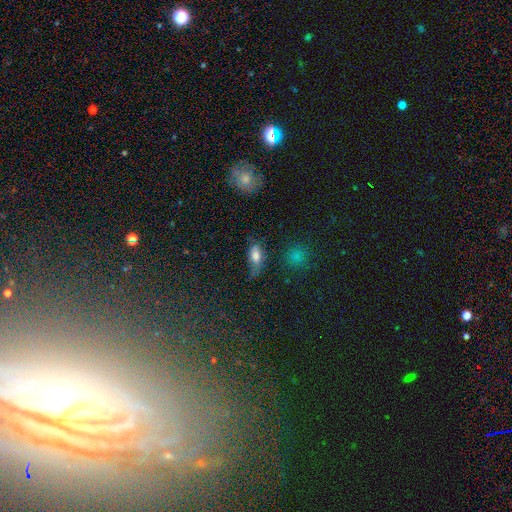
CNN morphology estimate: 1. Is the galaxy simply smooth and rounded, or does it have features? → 75% smooth, 14% featured or disk, 11% star or artifact.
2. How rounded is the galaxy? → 83% in between, 11% cigar-shaped, 6% round.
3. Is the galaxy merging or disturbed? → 47% none, 33% minor disturbance, 16% major disturbance, 4% merger.